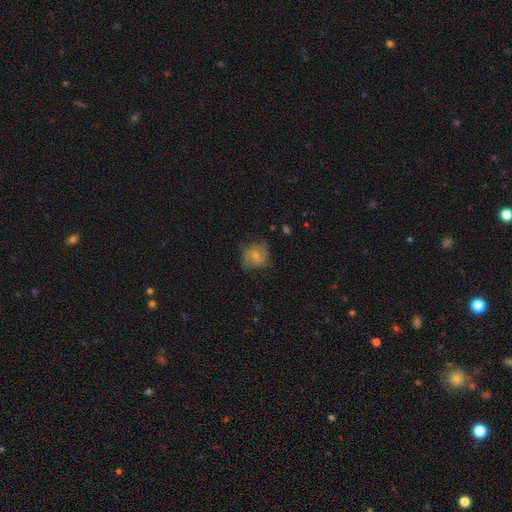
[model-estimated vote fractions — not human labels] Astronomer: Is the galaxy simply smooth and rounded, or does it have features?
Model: smooth — 52% (runner-up: featured or disk, 40%).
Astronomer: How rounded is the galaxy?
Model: round — 74%.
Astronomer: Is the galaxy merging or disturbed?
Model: none — 59%.